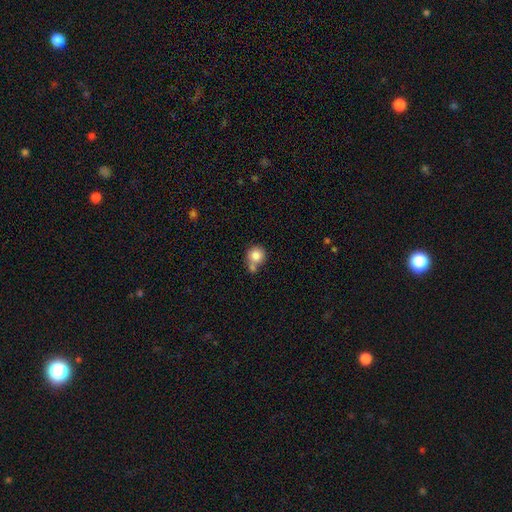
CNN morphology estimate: Overall: smooth (84%). How rounded: round (90%). Merging: none (50%; merger 33%).